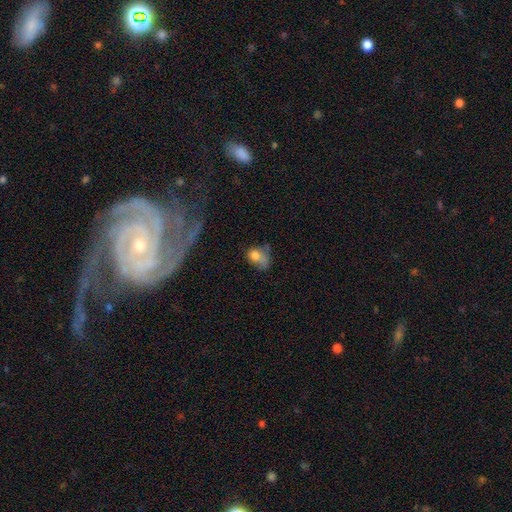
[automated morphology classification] Overall: smooth (69%). How rounded: in between (61%; round 38%). Merging: major disturbance (34%; none 27%).